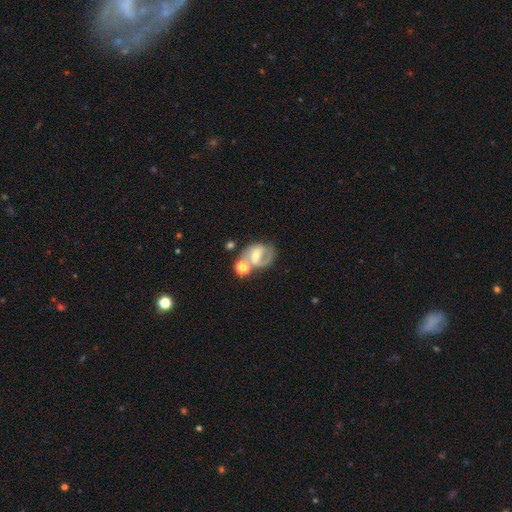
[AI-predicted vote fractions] Overall: featured or disk (67%). Edge-on disk: no (97%). Bar: weak (44%; strong 32%). Spiral arms: yes (79%). Spiral arm count: 2 (66%). Spiral winding: medium (48%; tight 27%). Bulge size: small (42%; moderate 41%). Merging: none (43%; merger 25%).